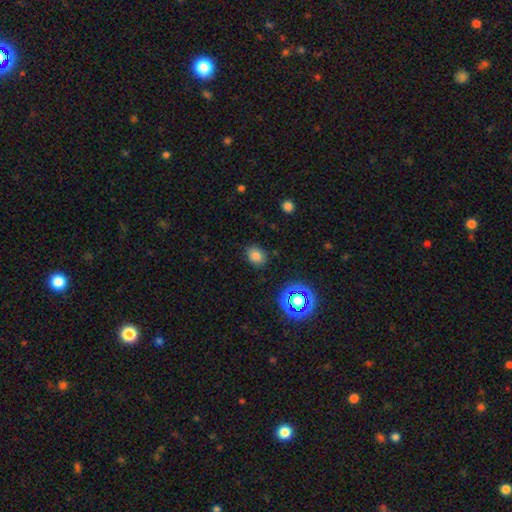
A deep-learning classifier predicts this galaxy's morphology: Overall: smooth (77%). How rounded: round (52%; in between 47%). Merging: none (84%).